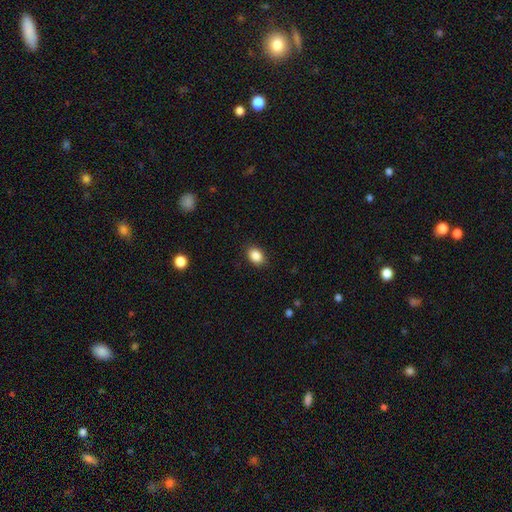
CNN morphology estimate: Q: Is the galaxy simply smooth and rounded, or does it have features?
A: smooth — 87%.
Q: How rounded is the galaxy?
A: in between — 73%.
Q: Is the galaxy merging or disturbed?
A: none — 88%.